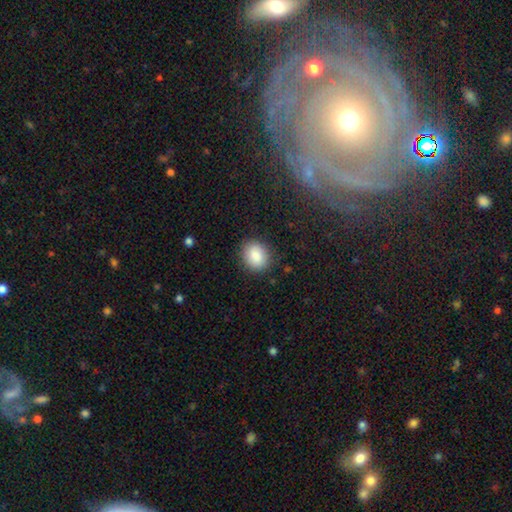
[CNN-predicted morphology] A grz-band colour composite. It shows a smooth galaxy with no disk features (87%) that is round (53%). Merging: none (86%).